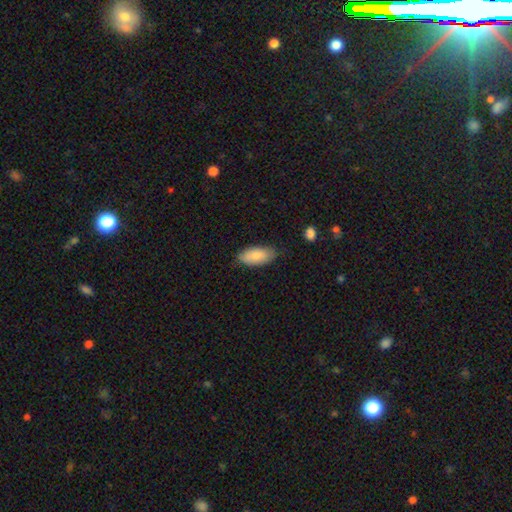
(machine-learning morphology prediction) A smooth galaxy with no disk features (82%) that is in between round and cigar-shaped (91%). Merging: none (76%).